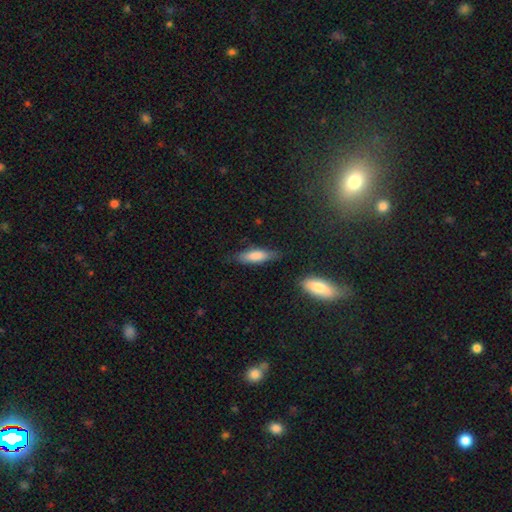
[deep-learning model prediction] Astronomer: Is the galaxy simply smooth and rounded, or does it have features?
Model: smooth — 78%.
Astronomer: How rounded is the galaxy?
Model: cigar-shaped — 56% (runner-up: in between, 43%).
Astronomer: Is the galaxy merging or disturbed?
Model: none — 76%.